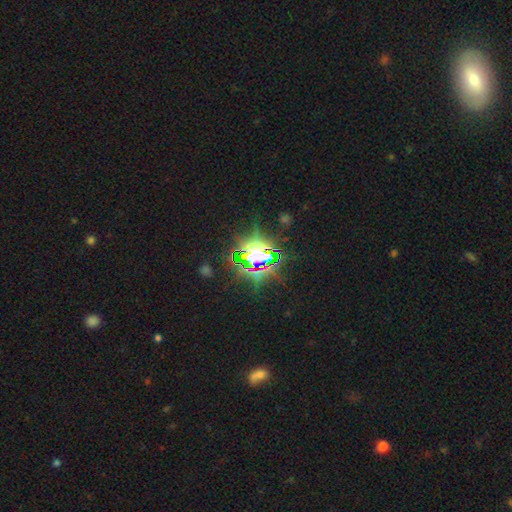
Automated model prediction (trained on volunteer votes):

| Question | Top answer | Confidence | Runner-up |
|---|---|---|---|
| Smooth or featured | star or artifact | 78% | smooth (12%) |